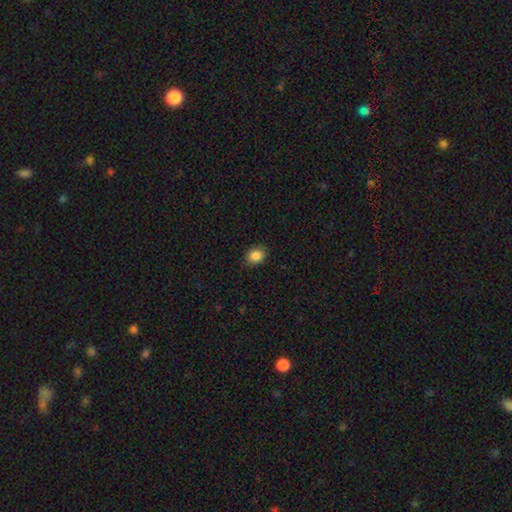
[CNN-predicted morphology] This is clearly a smooth galaxy (87%). How rounded: possibly in between (53%). Merging: clearly none (87%).